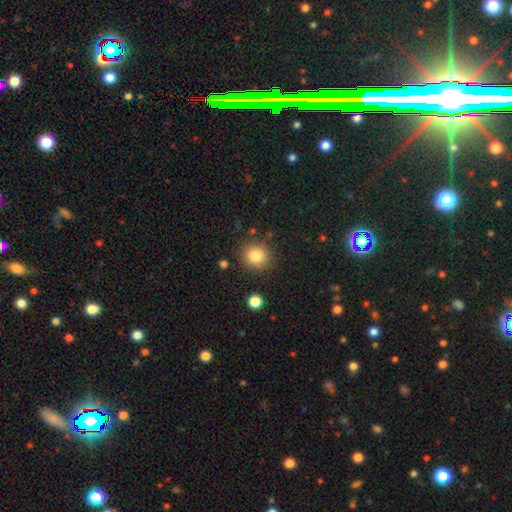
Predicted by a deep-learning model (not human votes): Smooth or featured?
  - smooth: 83% *
  - star or artifact: 10%
  - featured or disk: 6%
How rounded?
  - round: 86% *
  - in between: 14%
  - cigar-shaped: 1%
Merging?
  - none: 85% *
  - minor disturbance: 9%
  - major disturbance: 3%
  - merger: 3%